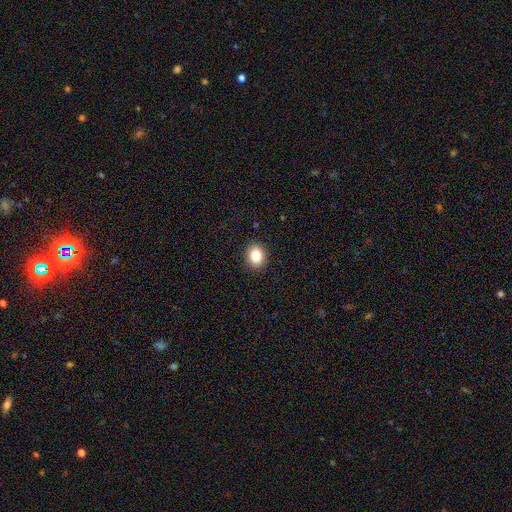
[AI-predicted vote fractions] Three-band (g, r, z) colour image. It shows a smooth galaxy with no disk features (84%) that is round (55%). Merging: none (90%).